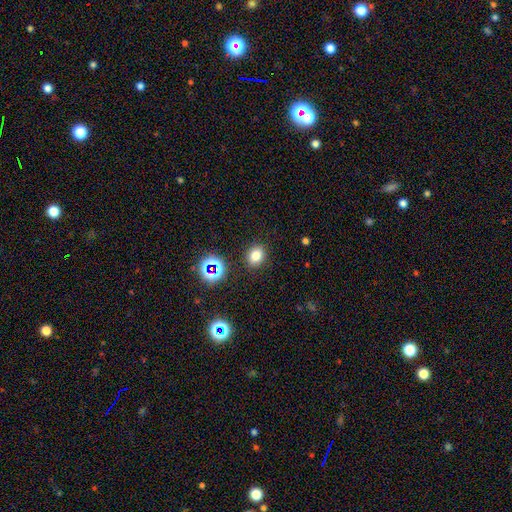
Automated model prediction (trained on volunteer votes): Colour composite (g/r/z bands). It shows a smooth galaxy with no disk features (75%) that is round (56%). Merging: none (87%).